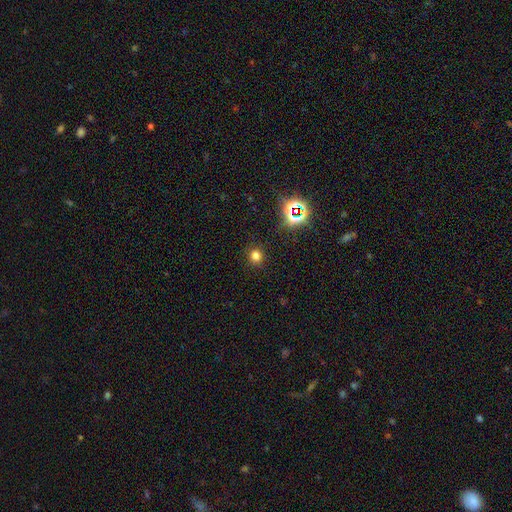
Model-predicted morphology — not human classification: smooth 73%, star or artifact 22%, featured or disk 5%. Down the decision tree: how rounded — round (87%); merging — none (89%).